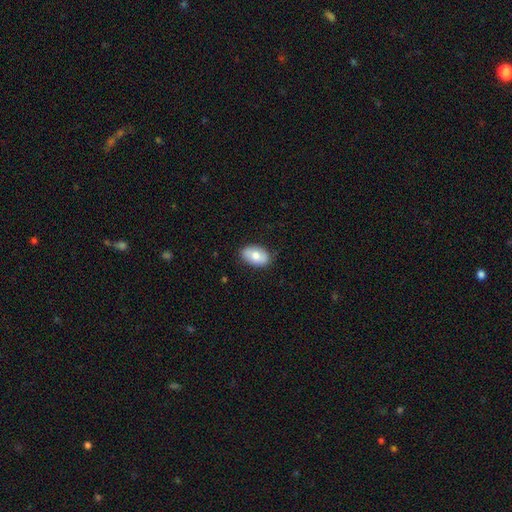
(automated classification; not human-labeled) A smooth galaxy with no disk features (74%) that is in between round and cigar-shaped (90%).

Vote fractions:
- Smooth or featured? smooth: 74% / featured or disk: 20% / star or artifact: 7%
- How rounded? in between: 90% / round: 8% / cigar-shaped: 1%
- Merging? none: 84% / minor disturbance: 12% / major disturbance: 2% / merger: 1%